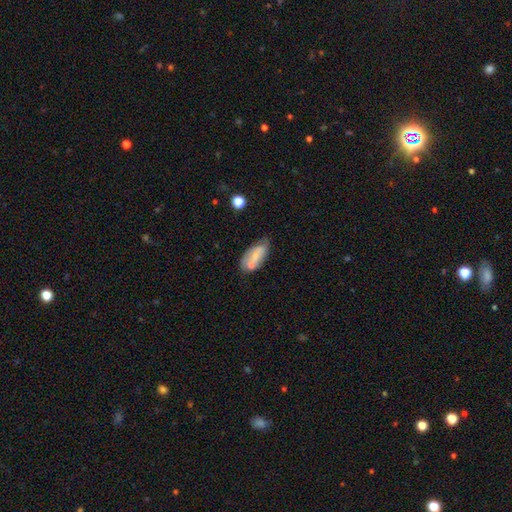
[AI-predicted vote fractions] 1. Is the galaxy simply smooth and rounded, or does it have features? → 63% smooth, 30% featured or disk, 7% star or artifact.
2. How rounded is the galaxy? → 88% in between, 9% cigar-shaped, 3% round.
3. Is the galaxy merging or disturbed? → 43% none, 26% minor disturbance, 22% merger, 9% major disturbance.